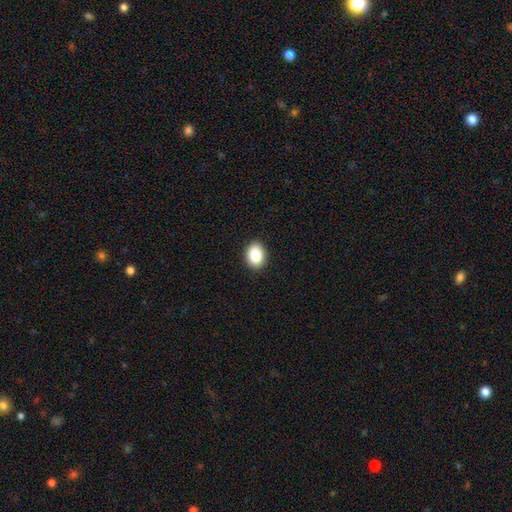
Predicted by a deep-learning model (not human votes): This appears to be a smooth galaxy with no disk features (87%) that is in between round and cigar-shaped (68%). Merging: none (90%).